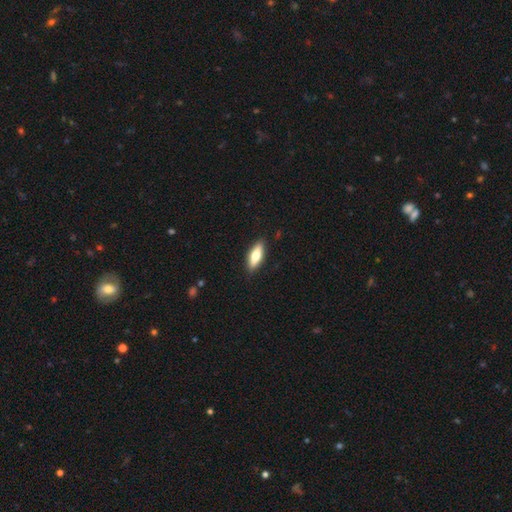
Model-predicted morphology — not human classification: A smooth galaxy with no disk features (66%) that is in between round and cigar-shaped (62%).

Vote fractions:
- Smooth or featured? smooth: 66% / featured or disk: 28% / star or artifact: 6%
- How rounded? in between: 62% / cigar-shaped: 36% / round: 2%
- Merging? none: 88% / minor disturbance: 9% / major disturbance: 2% / merger: 1%